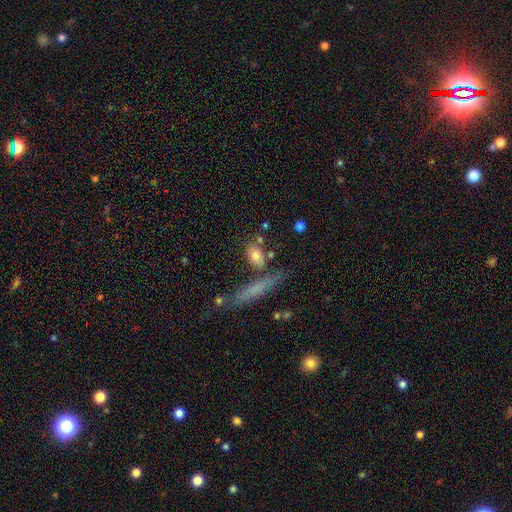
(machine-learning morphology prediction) Smooth or featured: smooth — 75% (featured or disk — 16%)
How rounded: in between — 69% (round — 16%)
Merging: none — 63% (merger — 15%)